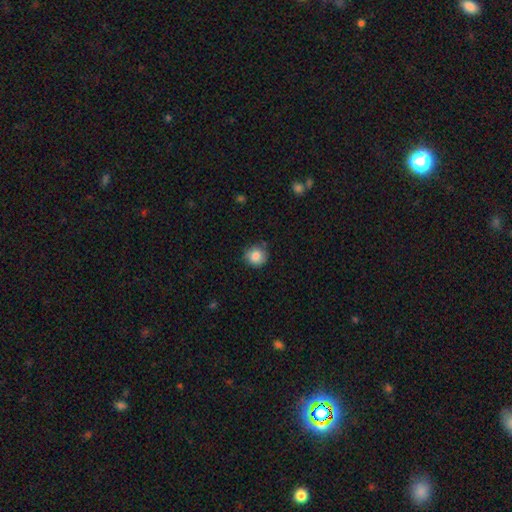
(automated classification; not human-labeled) smooth 83%, star or artifact 9%, featured or disk 8%. Down the decision tree: how rounded — round (90%); merging — none (81%).